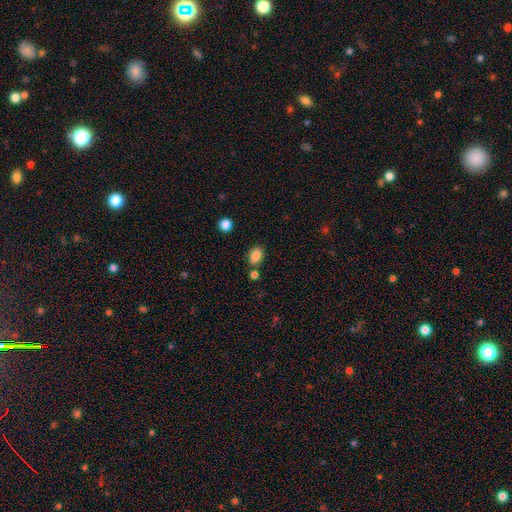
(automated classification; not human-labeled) A smooth galaxy with no disk features (85%) that is in between round and cigar-shaped (74%).

Vote fractions:
- Smooth or featured? smooth: 85% / star or artifact: 9% / featured or disk: 6%
- How rounded? in between: 74% / round: 25% / cigar-shaped: 1%
- Merging? none: 76% / minor disturbance: 11% / merger: 10% / major disturbance: 3%